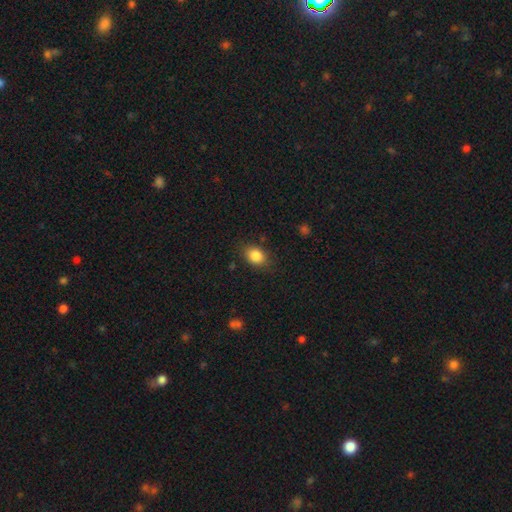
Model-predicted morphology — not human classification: smooth-or-featured: smooth: 85% | star or artifact: 9% | featured or disk: 6%
  how-rounded: in between: 68% | round: 31% | cigar-shaped: 1%
  merging: none: 82% | minor disturbance: 13% | major disturbance: 4% | merger: 1%